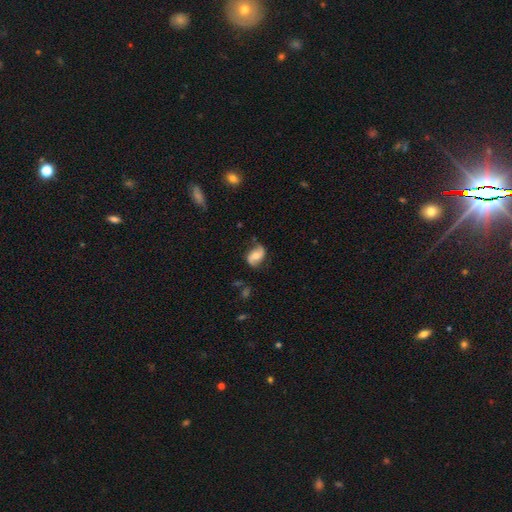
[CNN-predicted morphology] type=featured or disk (72%); edge-on=no (97%); bar=no (56%); spiral arms=yes (92%); winding=loose (55%); arm count=2 (90%); bulge=moderate (61%); merging=none (73%).